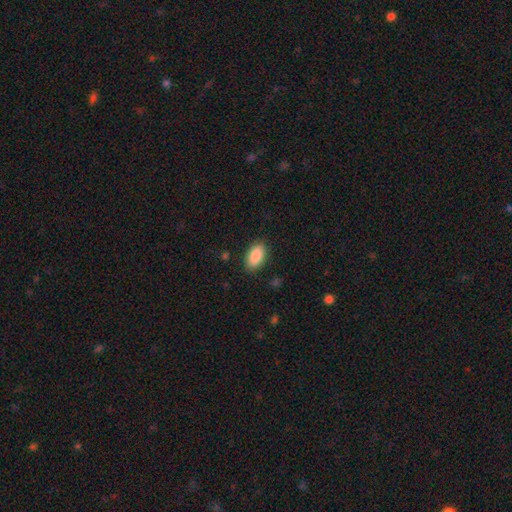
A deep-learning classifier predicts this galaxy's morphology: Smooth or featured: smooth — 89% (star or artifact — 6%)
How rounded: in between — 94% (round — 4%)
Merging: none — 86% (minor disturbance — 10%)